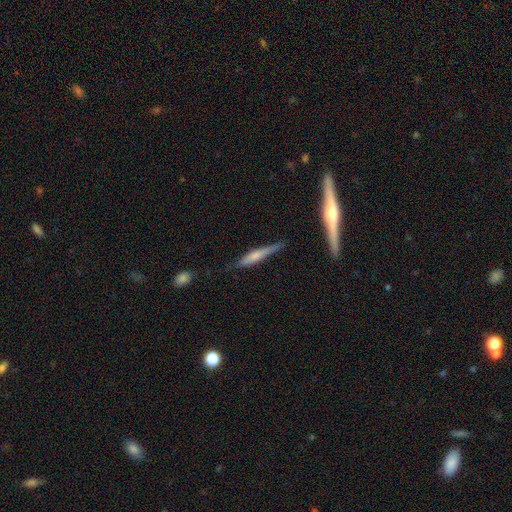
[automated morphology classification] The model was most divided on "smooth or featured": smooth: 49%, featured or disk: 45%, star or artifact: 6%. More confident: merging — none (71%).